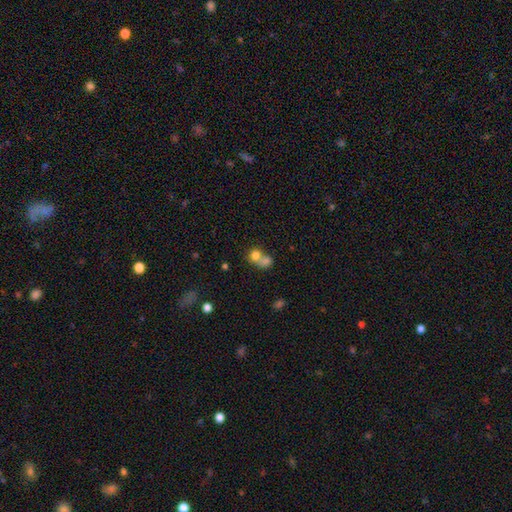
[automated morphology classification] Smooth or featured?
  - smooth: 75% *
  - featured or disk: 14%
  - star or artifact: 11%
How rounded?
  - round: 68% *
  - in between: 31%
  - cigar-shaped: 1%
Merging?
  - merger: 64% *
  - none: 25%
  - minor disturbance: 6%
  - major disturbance: 5%